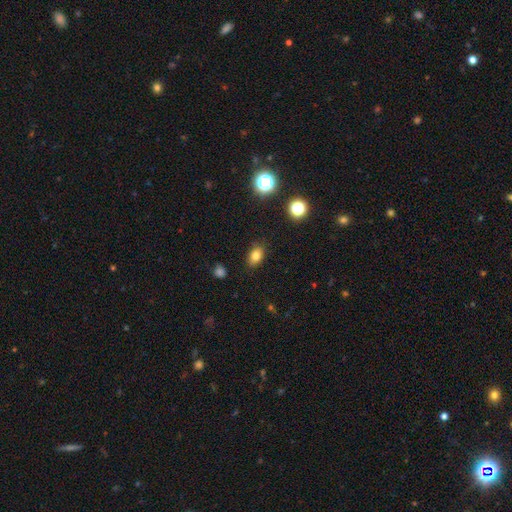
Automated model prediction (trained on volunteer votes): Morphology: type=smooth (78%); roundness=in between (82%); merging=none (84%).